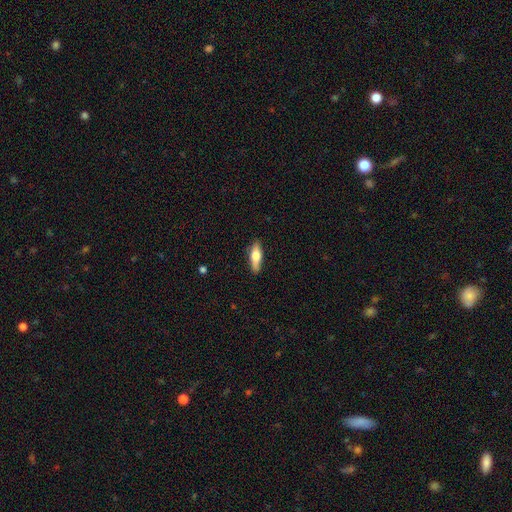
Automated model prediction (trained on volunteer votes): This appears to be a smooth galaxy with no disk features (65%) that is in between round and cigar-shaped (51%). Merging: none (83%).